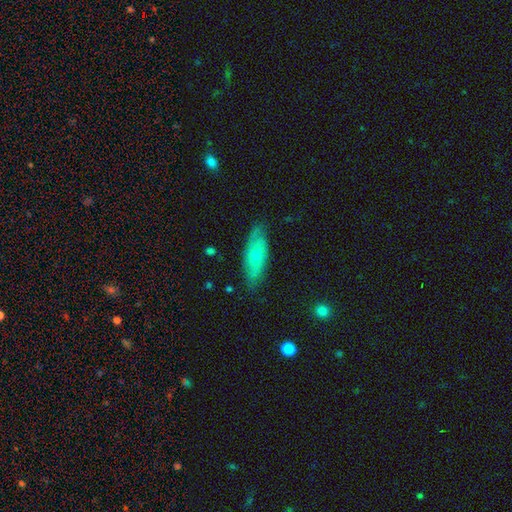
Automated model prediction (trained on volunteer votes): Morphology: type=smooth (48%); merging=none (77%).